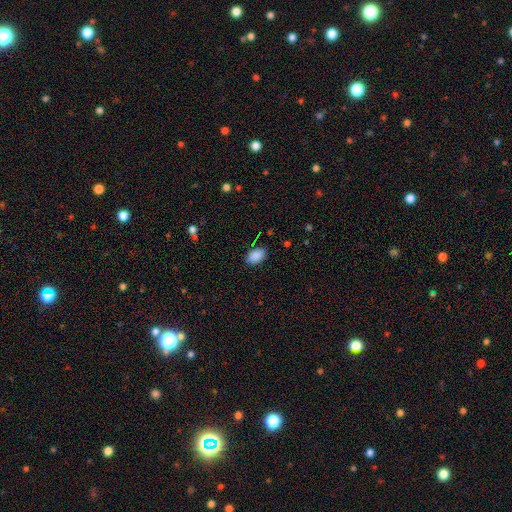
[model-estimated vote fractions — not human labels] Smooth or featured? Predicted: smooth (p=0.88). How rounded? Predicted: in between (p=0.90). Merging? Predicted: none (p=0.84).